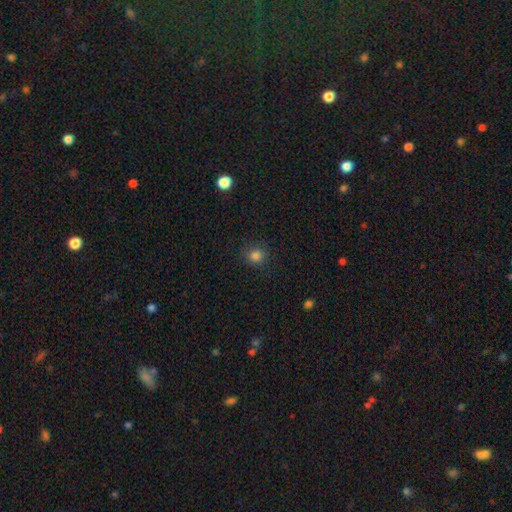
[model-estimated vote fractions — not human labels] smooth-or-featured: smooth: 83% | star or artifact: 13% | featured or disk: 4%
  how-rounded: round: 84% | in between: 15% | cigar-shaped: 1%
  merging: none: 87% | minor disturbance: 9% | major disturbance: 3% | merger: 1%